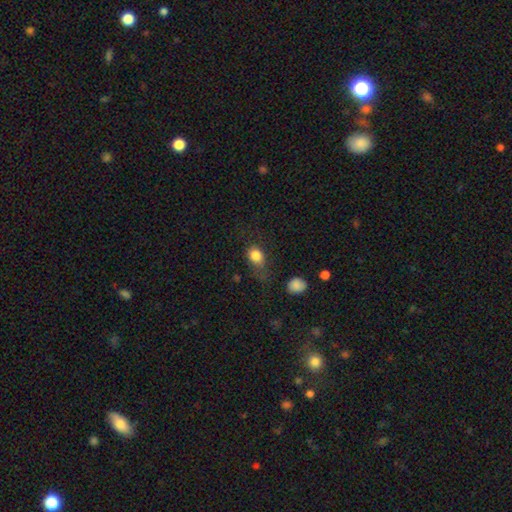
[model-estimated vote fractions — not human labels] This is clearly a smooth galaxy (83%). How rounded: possibly in between (51%). Merging: marginally none (44%).